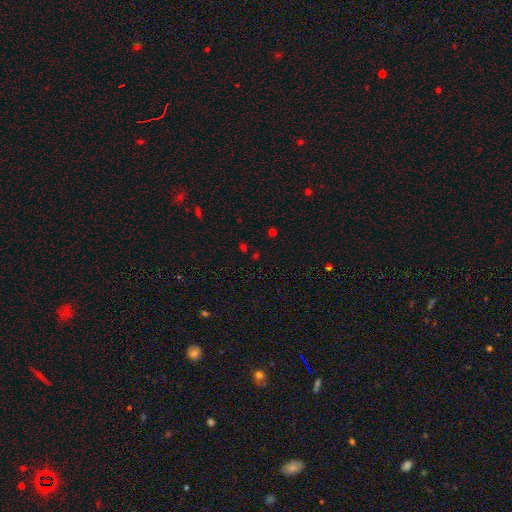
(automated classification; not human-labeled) smooth_or_featured: star or artifact (p=0.52) [alt: smooth p=0.41]